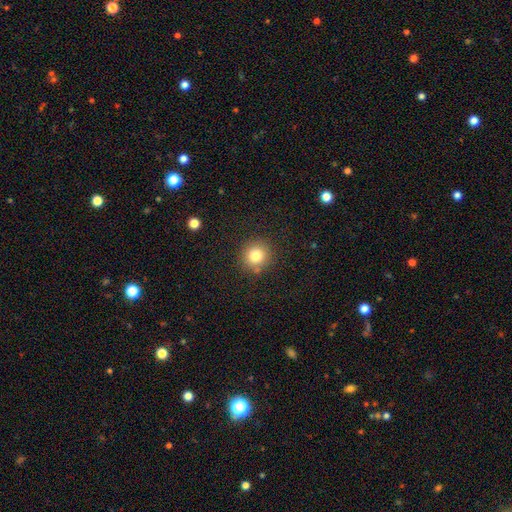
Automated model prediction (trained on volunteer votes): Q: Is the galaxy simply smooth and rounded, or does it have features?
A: smooth — 80%.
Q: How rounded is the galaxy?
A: round — 91%.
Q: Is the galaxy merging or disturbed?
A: none — 85%.